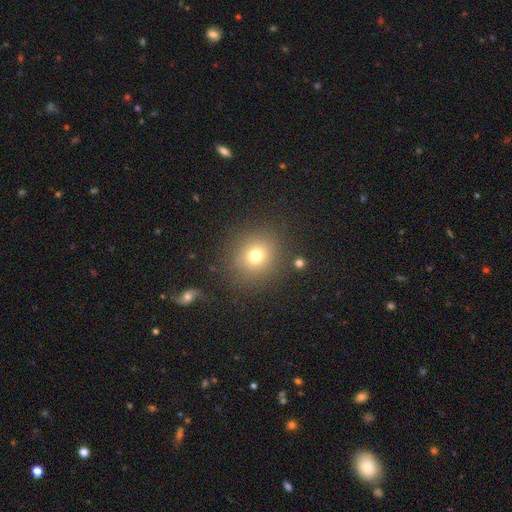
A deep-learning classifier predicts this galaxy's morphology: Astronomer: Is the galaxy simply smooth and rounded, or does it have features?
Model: smooth — 72%.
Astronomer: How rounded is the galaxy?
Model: round — 86%.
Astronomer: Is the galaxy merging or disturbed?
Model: none — 84%.